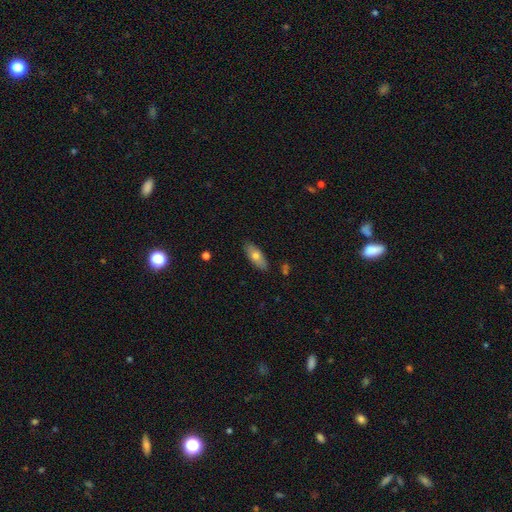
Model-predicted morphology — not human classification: Smooth or featured? Predicted: smooth (p=0.68). How rounded? Predicted: in between (p=0.78). Merging? Predicted: none (p=0.86).